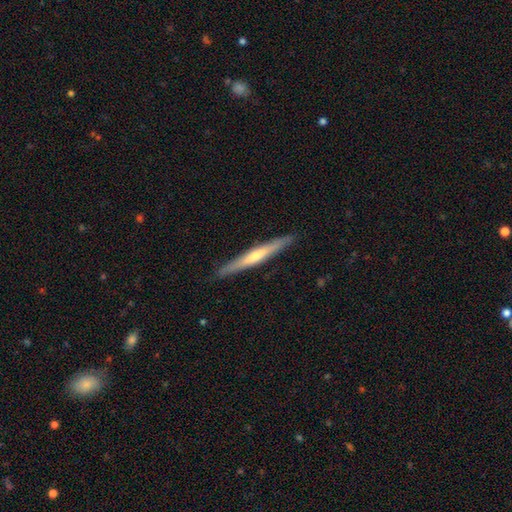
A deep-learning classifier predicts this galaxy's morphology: A featured or disk galaxy (59%) viewed edge-on (96%) with a rounded central bulge (59%).

Vote fractions:
- Smooth or featured? featured or disk: 59% / smooth: 35% / star or artifact: 6%
- Edge-on disk? yes: 96% / no: 4%
- Edge-on bulge? rounded: 59% / none: 34% / boxy: 7%
- Merging? none: 91% / minor disturbance: 7% / major disturbance: 1% / merger: 1%